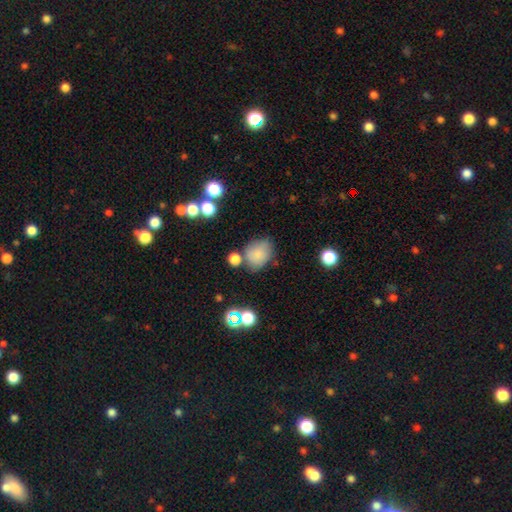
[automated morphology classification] smooth_or_featured: smooth (p=0.80) [alt: star or artifact p=0.10]
how_rounded: in between (p=0.53) [alt: round p=0.45]
merging: none (p=0.59) [alt: minor disturbance p=0.22]